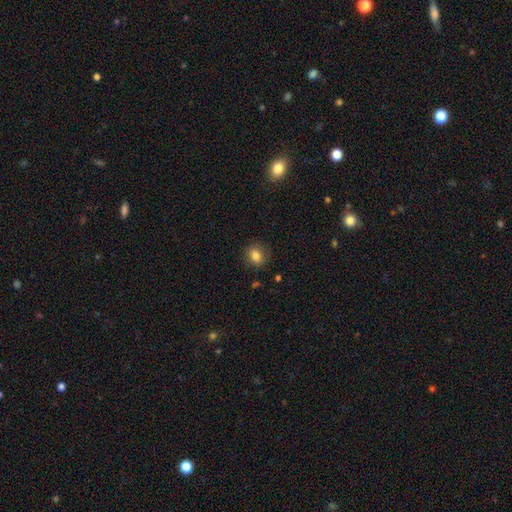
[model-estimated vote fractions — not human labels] Smooth or featured? Predicted: smooth (p=0.80). How rounded? Predicted: round (p=0.63). Merging? Predicted: none (p=0.84).